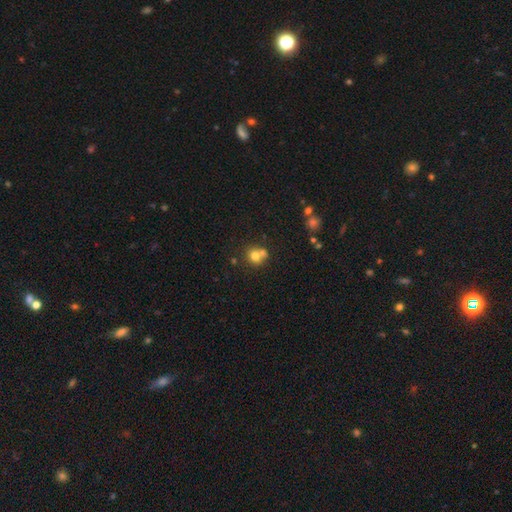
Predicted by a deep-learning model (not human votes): The model was most divided on "merging": none: 46%, merger: 43%, minor disturbance: 8%, major disturbance: 3%. More confident: how rounded — round (83%); smooth or featured — smooth (73%).